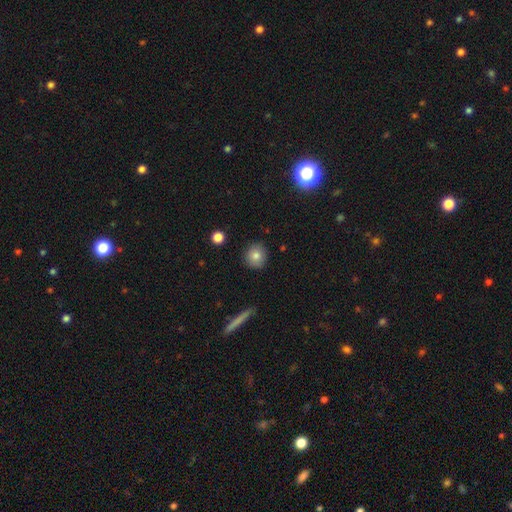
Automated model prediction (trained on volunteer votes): smooth_or_featured: smooth (p=0.80) [alt: featured or disk p=0.10]
how_rounded: round (p=0.90) [alt: in between p=0.08]
merging: none (p=0.89) [alt: minor disturbance p=0.08]